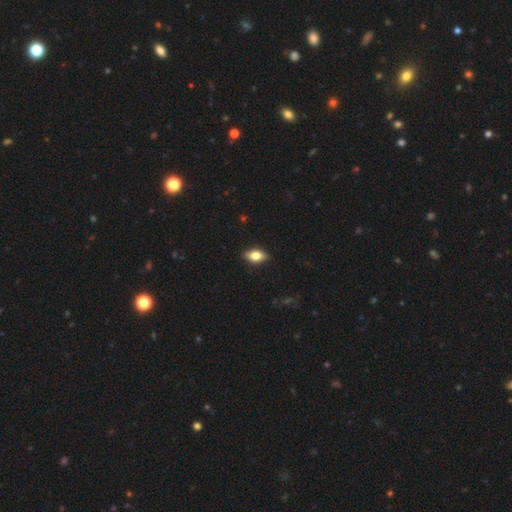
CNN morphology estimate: smooth_or_featured: smooth (p=0.65) [alt: featured or disk p=0.28]
how_rounded: in between (p=0.84) [alt: cigar-shaped p=0.09]
merging: none (p=0.87) [alt: minor disturbance p=0.10]